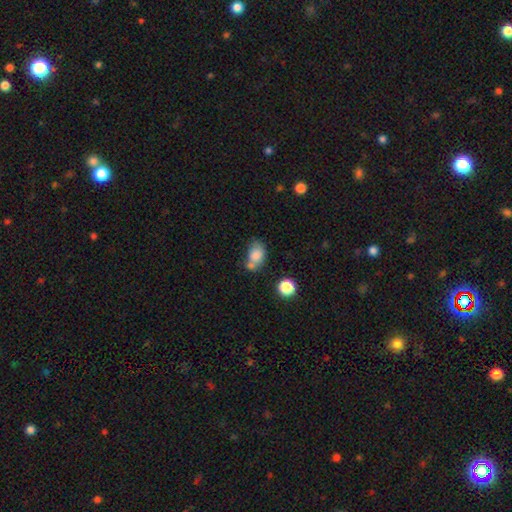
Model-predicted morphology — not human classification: Overall: smooth (80%). How rounded: in between (76%). Merging: merger (38%; none 36%).